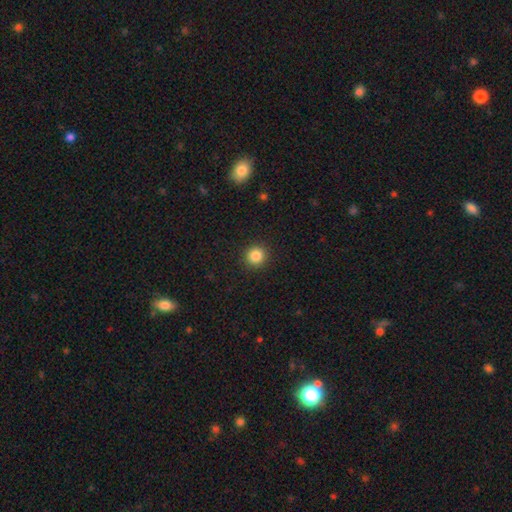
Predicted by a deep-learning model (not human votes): A smooth galaxy with no disk features (85%) that is round (94%).

Vote fractions:
- Smooth or featured? smooth: 85% / star or artifact: 11% / featured or disk: 4%
- How rounded? round: 94% / in between: 5% / cigar-shaped: 1%
- Merging? none: 92% / minor disturbance: 5% / major disturbance: 2% / merger: 1%